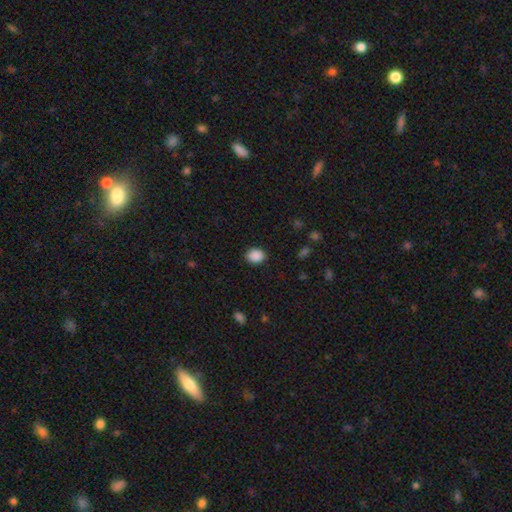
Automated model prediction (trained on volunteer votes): A smooth galaxy with no disk features (89%) that is in between round and cigar-shaped (50%).

Vote fractions:
- Smooth or featured? smooth: 89% / star or artifact: 8% / featured or disk: 3%
- How rounded? in between: 50% / round: 49% / cigar-shaped: 1%
- Merging? none: 87% / minor disturbance: 9% / major disturbance: 3% / merger: 1%